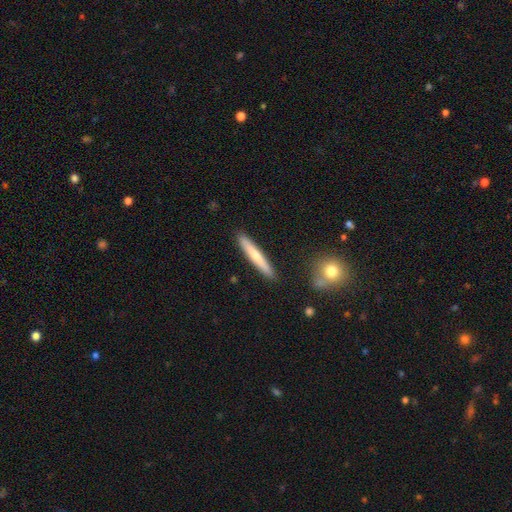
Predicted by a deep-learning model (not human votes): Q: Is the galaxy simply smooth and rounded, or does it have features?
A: smooth — 62%.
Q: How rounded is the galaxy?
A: cigar-shaped — 94%.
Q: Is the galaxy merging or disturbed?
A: none — 90%.